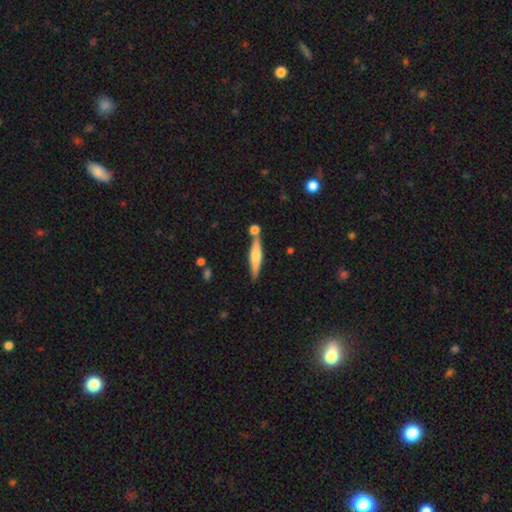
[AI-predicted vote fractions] Q: Smooth or featured?
A: featured or disk (48%); runner-up: smooth (46%)
Q: Merging?
A: none (70%); runner-up: merger (16%)